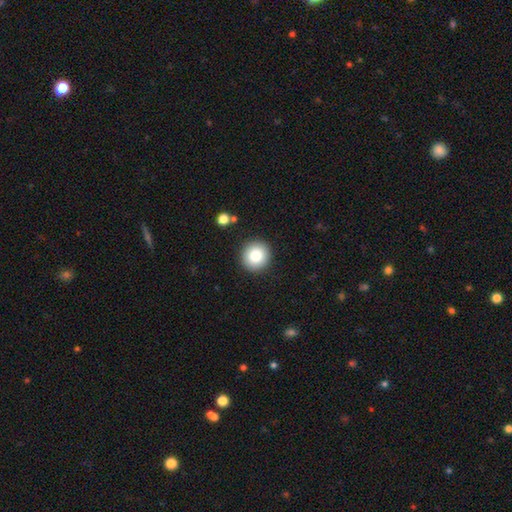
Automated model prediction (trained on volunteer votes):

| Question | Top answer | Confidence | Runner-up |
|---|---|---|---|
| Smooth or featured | smooth | 83% | star or artifact (9%) |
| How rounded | round | 94% | in between (6%) |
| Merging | none | 91% | minor disturbance (6%) |